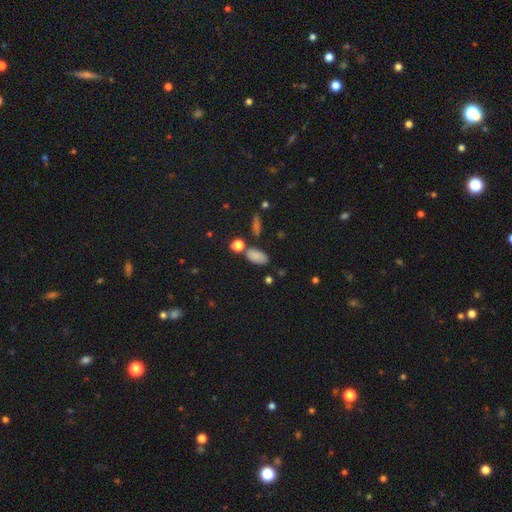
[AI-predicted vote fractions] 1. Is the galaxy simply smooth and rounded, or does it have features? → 82% smooth, 11% star or artifact, 7% featured or disk.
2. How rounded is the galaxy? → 89% in between, 6% round, 5% cigar-shaped.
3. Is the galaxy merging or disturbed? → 71% none, 15% minor disturbance, 11% merger, 4% major disturbance.